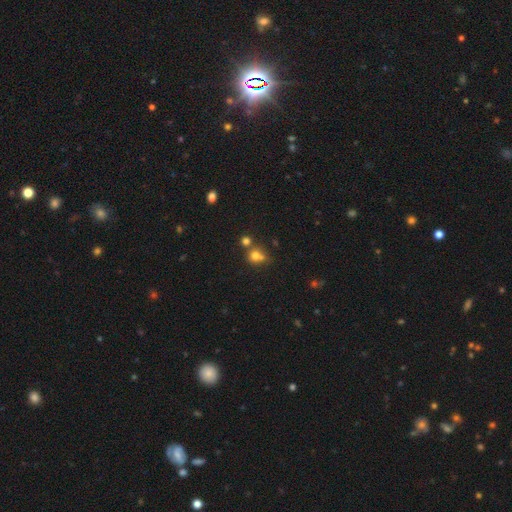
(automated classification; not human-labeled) Smooth or featured?
  - smooth: 73% *
  - star or artifact: 16%
  - featured or disk: 11%
How rounded?
  - round: 82% *
  - in between: 17%
  - cigar-shaped: 1%
Merging?
  - none: 47% *
  - merger: 37%
  - minor disturbance: 10%
  - major disturbance: 5%